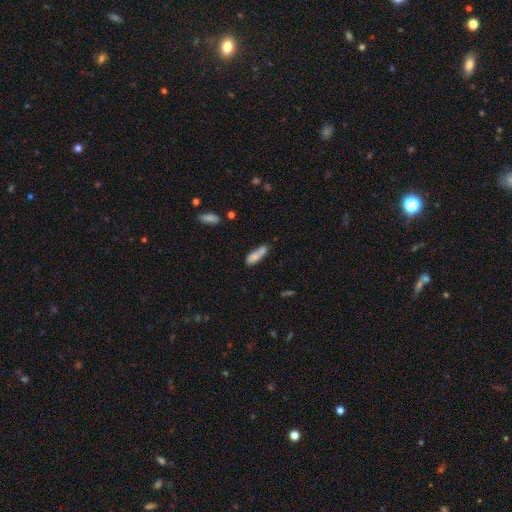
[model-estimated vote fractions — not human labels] smooth_or_featured: smooth (p=0.76) [alt: featured or disk p=0.16]
how_rounded: in between (p=0.53) [alt: cigar-shaped p=0.45]
merging: none (p=0.41) [alt: merger p=0.30]